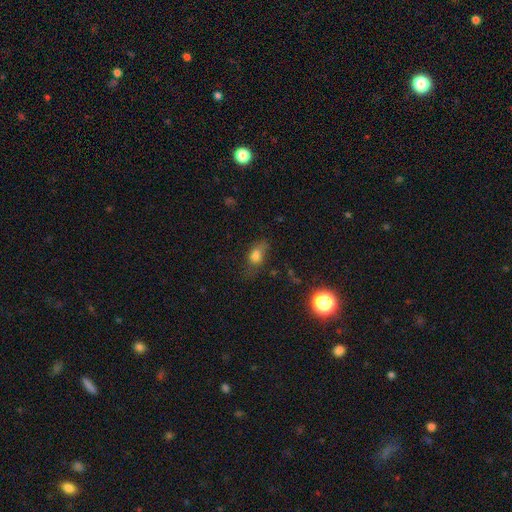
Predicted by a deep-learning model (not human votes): smooth-or-featured: smooth: 71% | star or artifact: 15% | featured or disk: 14%
  how-rounded: in between: 76% | round: 16% | cigar-shaped: 8%
  merging: none: 48% | minor disturbance: 28% | major disturbance: 17% | merger: 7%